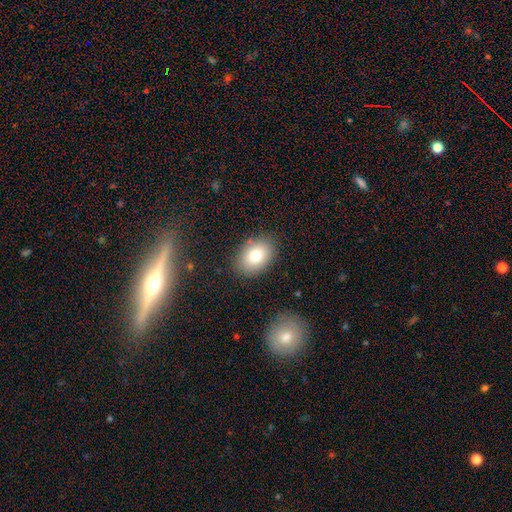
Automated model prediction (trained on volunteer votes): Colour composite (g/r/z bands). It shows a smooth galaxy with no disk features (78%) that is in between round and cigar-shaped (77%). Merging: none (86%).